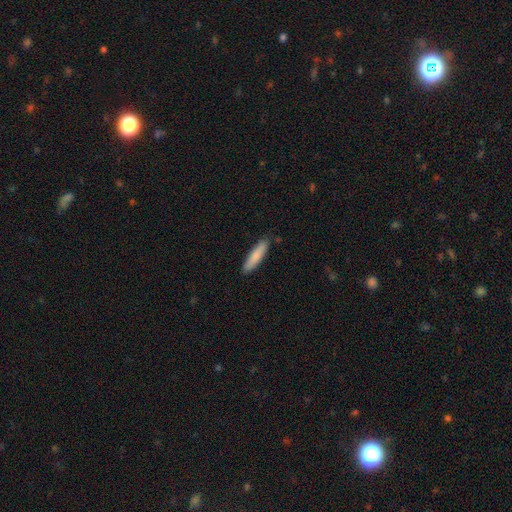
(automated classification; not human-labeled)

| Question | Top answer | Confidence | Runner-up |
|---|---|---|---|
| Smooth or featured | smooth | 83% | featured or disk (11%) |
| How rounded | cigar-shaped | 79% | in between (20%) |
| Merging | none | 87% | minor disturbance (10%) |